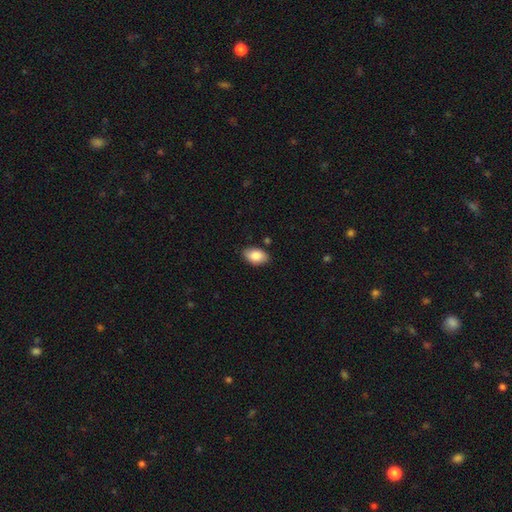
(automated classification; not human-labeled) This appears to be a smooth galaxy with no disk features (86%) that is in between round and cigar-shaped (91%). Merging: none (85%).